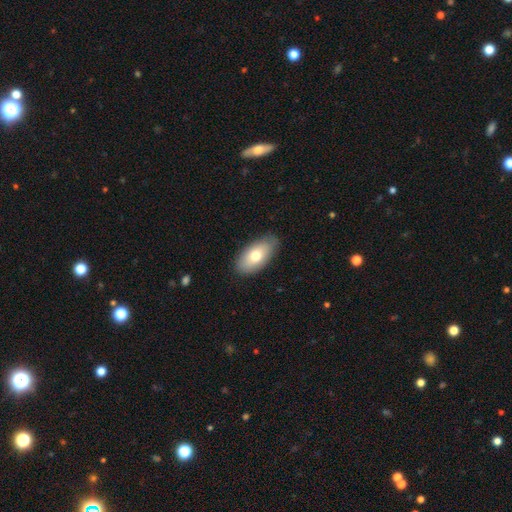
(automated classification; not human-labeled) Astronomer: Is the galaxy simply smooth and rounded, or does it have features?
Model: smooth — 72%.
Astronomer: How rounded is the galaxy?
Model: in between — 93%.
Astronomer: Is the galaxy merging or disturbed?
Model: none — 84%.